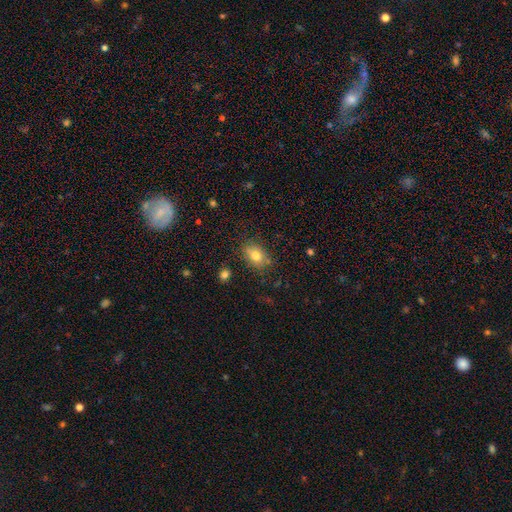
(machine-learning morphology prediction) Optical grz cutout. It shows a smooth galaxy with no disk features (77%) that is in between round and cigar-shaped (69%). Merging: none (79%).